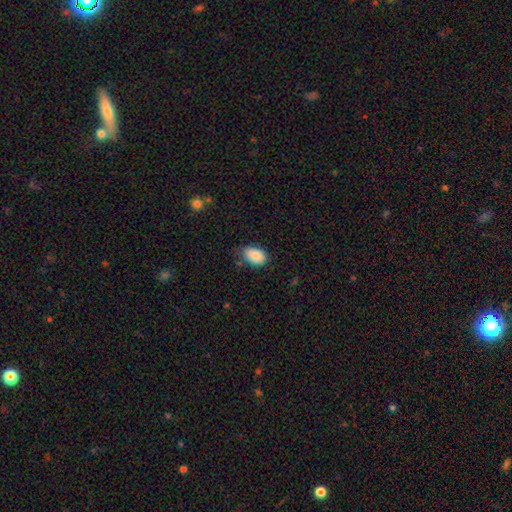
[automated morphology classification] type=smooth (88%); roundness=in between (89%); merging=none (63%).